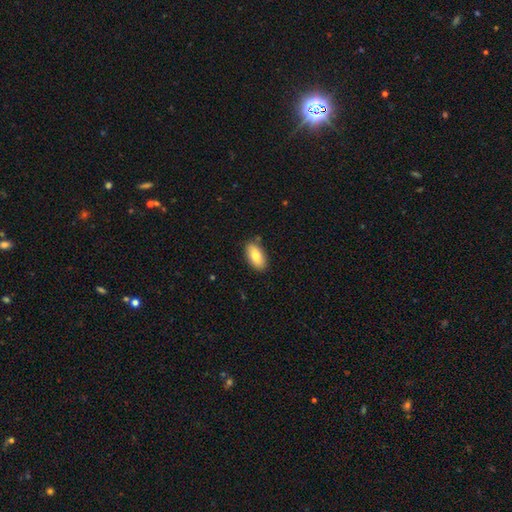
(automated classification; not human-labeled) Morphology: type=smooth (78%); roundness=in between (91%); merging=none (84%).